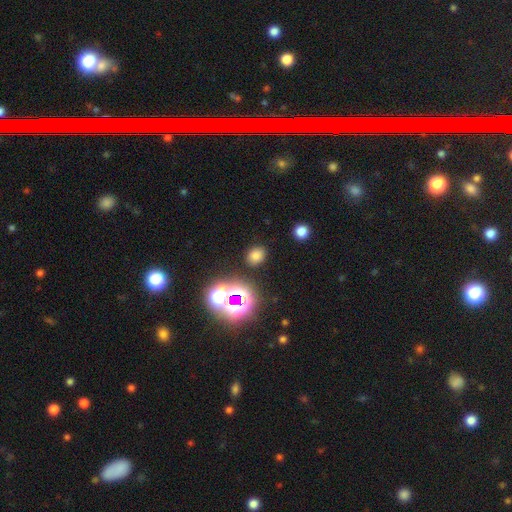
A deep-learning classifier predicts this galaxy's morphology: smooth_or_featured: smooth (p=0.70) [alt: star or artifact p=0.23]
how_rounded: round (p=0.55) [alt: in between p=0.44]
merging: none (p=0.85) [alt: minor disturbance p=0.08]